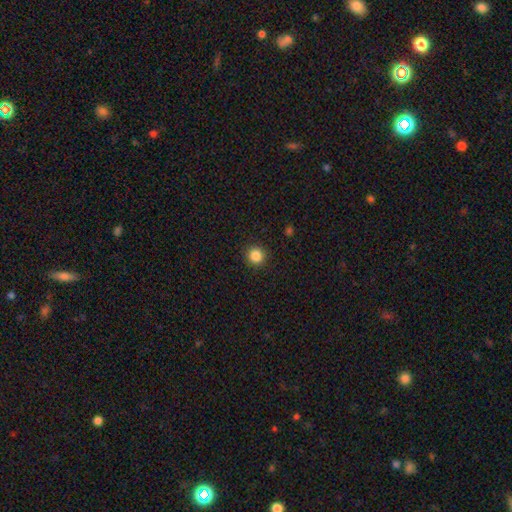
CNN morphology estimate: A smooth galaxy with no disk features (85%) that is round (95%).

Vote fractions:
- Smooth or featured? smooth: 85% / star or artifact: 11% / featured or disk: 4%
- How rounded? round: 95% / in between: 4% / cigar-shaped: 1%
- Merging? none: 92% / minor disturbance: 5% / major disturbance: 2% / merger: 1%